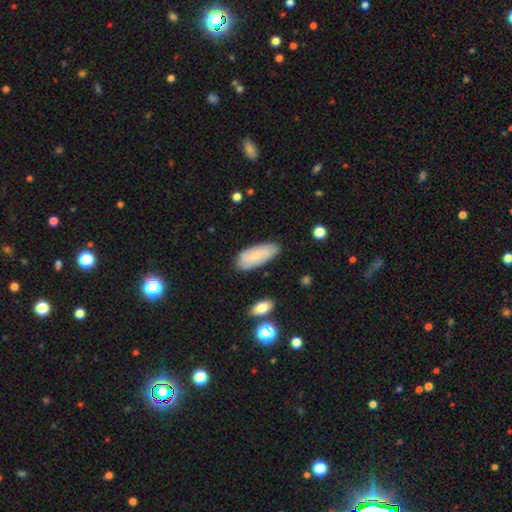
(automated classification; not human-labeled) Smooth or featured?
  - smooth: 69% *
  - featured or disk: 24%
  - star or artifact: 7%
How rounded?
  - in between: 83% *
  - cigar-shaped: 15%
  - round: 2%
Merging?
  - none: 78% *
  - minor disturbance: 17%
  - major disturbance: 3%
  - merger: 2%